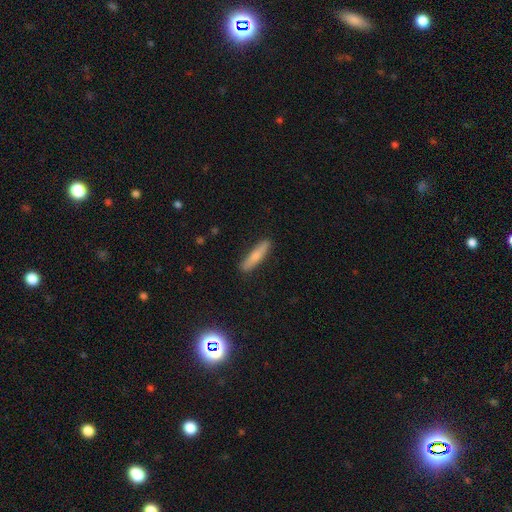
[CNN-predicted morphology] The model was most divided on "smooth or featured": smooth: 69%, featured or disk: 24%, star or artifact: 7%. More confident: merging — none (88%); how rounded — cigar-shaped (87%).